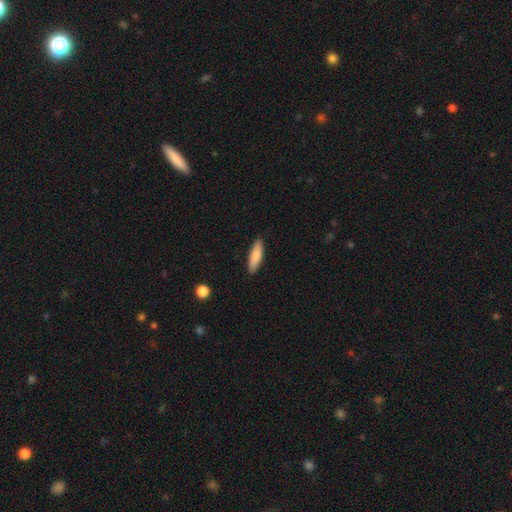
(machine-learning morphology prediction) Q: Smooth or featured?
A: smooth (84%); runner-up: featured or disk (11%)
Q: How rounded?
A: cigar-shaped (62%); runner-up: in between (37%)
Q: Merging?
A: none (89%); runner-up: minor disturbance (8%)